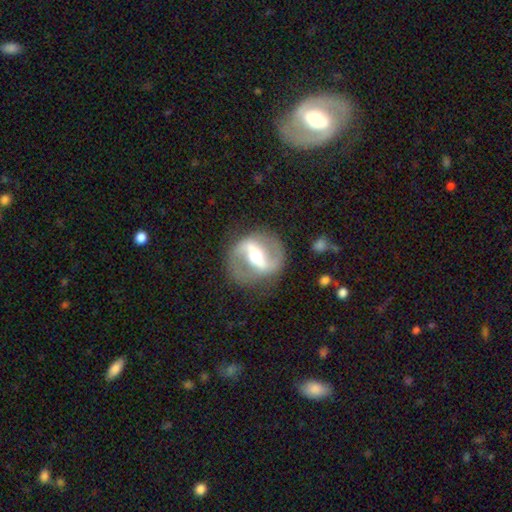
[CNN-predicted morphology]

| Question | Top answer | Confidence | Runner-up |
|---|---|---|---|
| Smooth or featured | featured or disk | 84% | smooth (11%) |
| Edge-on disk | no | 94% | yes (6%) |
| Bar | strong | 68% | weak (23%) |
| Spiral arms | yes | 77% | no (23%) |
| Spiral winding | medium | 47% | loose (34%) |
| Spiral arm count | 2 | 90% | can't tell (5%) |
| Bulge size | moderate | 68% | small (17%) |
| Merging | none | 81% | minor disturbance (11%) |